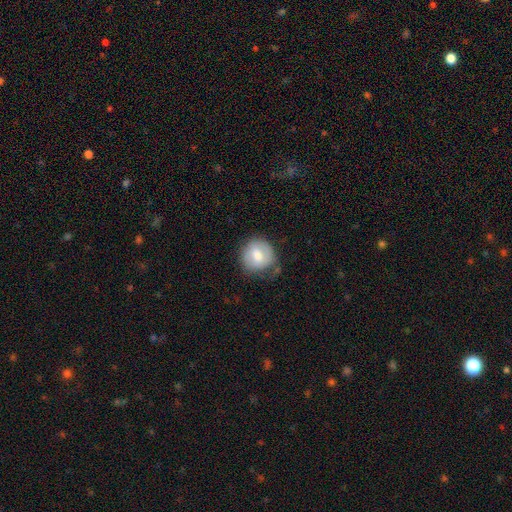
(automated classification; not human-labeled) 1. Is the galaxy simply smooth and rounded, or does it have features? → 68% smooth, 25% featured or disk, 8% star or artifact.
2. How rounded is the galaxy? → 86% round, 13% in between, 1% cigar-shaped.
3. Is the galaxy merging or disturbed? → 68% none, 23% minor disturbance, 7% major disturbance, 3% merger.